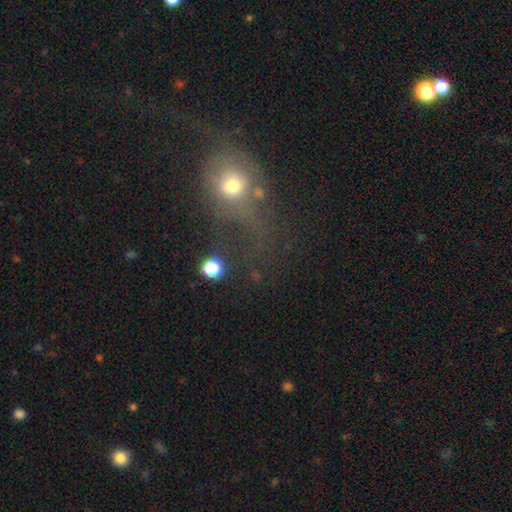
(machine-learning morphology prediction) The model was most divided on "merging": none: 40%, major disturbance: 32%, minor disturbance: 20%, merger: 9%. Remaining: smooth or featured — smooth (48%).